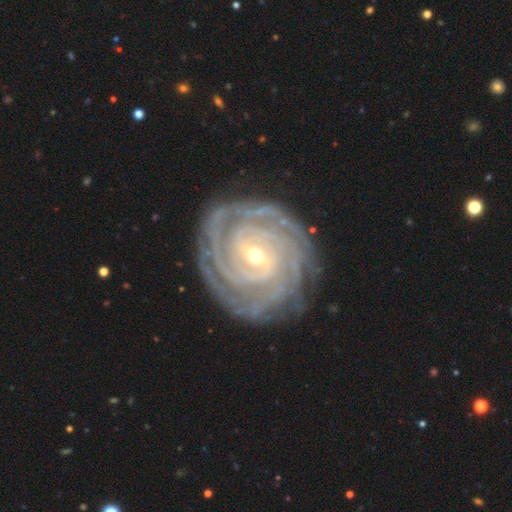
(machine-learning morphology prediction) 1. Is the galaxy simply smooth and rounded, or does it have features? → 92% featured or disk, 5% star or artifact, 4% smooth.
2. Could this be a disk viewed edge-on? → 97% no, 3% yes.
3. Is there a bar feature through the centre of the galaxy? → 44% weak, 28% no, 28% strong.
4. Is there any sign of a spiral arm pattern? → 98% yes, 2% no.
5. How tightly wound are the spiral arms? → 88% tight, 10% medium, 2% loose.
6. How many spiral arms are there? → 24% 4, 19% can't tell, 19% 3, 17% more than 4, 13% 2, 8% 1.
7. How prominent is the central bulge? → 56% small, 41% moderate, 1% large, 1% none, 1% dominant.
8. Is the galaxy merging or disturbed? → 83% none, 12% minor disturbance, 4% major disturbance, 1% merger.